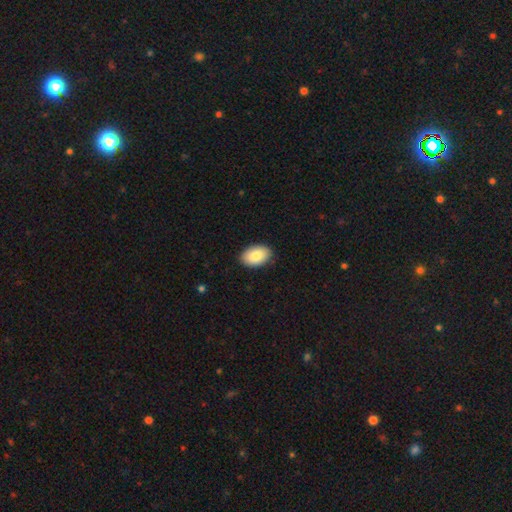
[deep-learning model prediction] smooth-or-featured: smooth: 85% | featured or disk: 9% | star or artifact: 6%
  how-rounded: in between: 92% | round: 7% | cigar-shaped: 1%
  merging: none: 88% | minor disturbance: 9% | major disturbance: 2% | merger: 1%